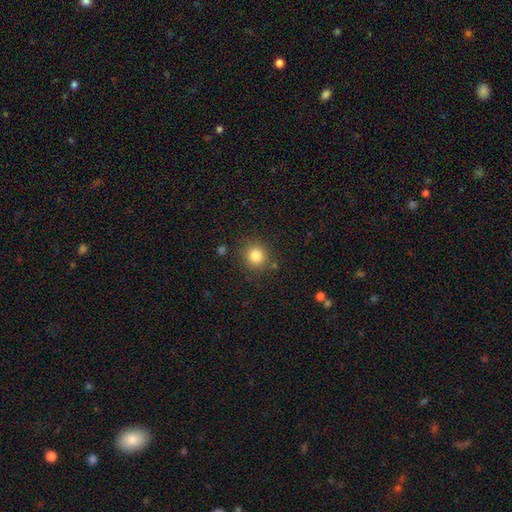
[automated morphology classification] Smooth or featured: smooth — 83% (star or artifact — 11%)
How rounded: round — 90% (in between — 9%)
Merging: none — 85% (minor disturbance — 9%)